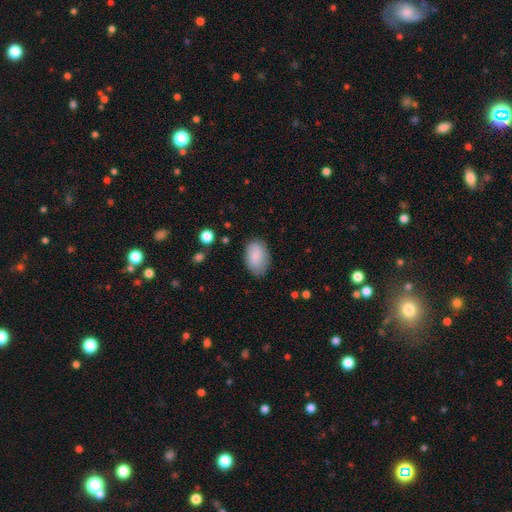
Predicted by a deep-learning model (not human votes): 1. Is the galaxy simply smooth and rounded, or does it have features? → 87% smooth, 7% featured or disk, 6% star or artifact.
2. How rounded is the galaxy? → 90% in between, 9% round, 1% cigar-shaped.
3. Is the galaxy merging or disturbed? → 81% none, 14% minor disturbance, 4% major disturbance, 1% merger.